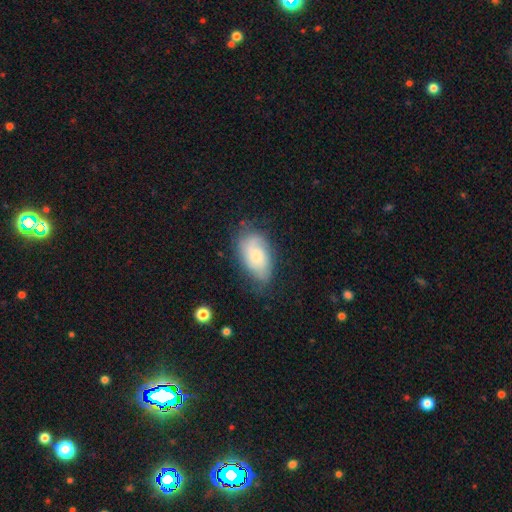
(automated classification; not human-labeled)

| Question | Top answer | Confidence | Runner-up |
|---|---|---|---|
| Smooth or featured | featured or disk | 47% | smooth (45%) |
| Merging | none | 63% | minor disturbance (26%) |